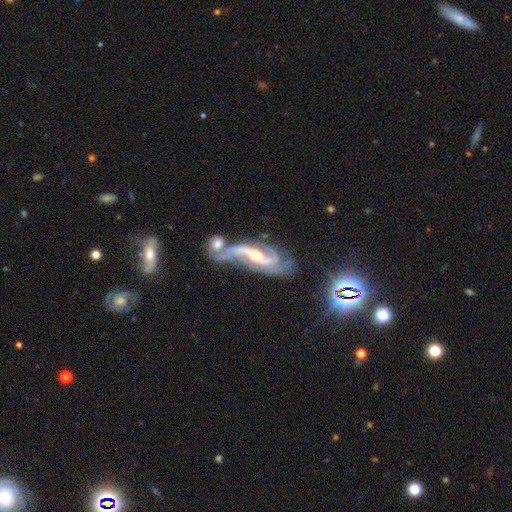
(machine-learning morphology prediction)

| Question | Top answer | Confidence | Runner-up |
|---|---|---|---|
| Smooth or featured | featured or disk | 84% | star or artifact (10%) |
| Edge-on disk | no | 89% | yes (11%) |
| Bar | weak | 41% | no (34%) |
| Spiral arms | yes | 95% | no (5%) |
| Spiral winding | medium | 41% | loose (39%) |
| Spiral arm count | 2 | 63% | 3 (13%) |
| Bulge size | small | 52% | moderate (42%) |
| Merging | none | 42% | merger (23%) |